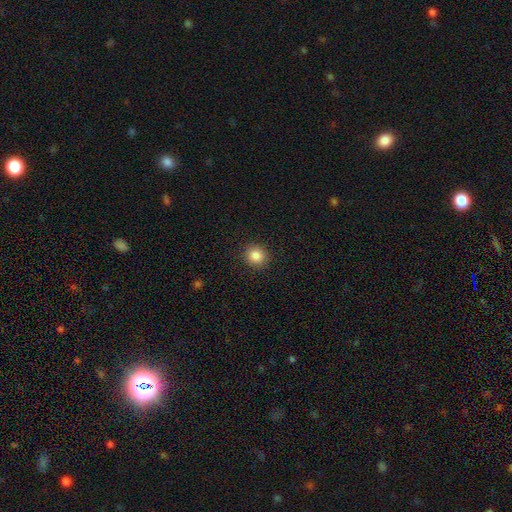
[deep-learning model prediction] smooth_or_featured: smooth (p=0.85) [alt: star or artifact p=0.10]
how_rounded: round (p=0.85) [alt: in between p=0.14]
merging: none (p=0.91) [alt: minor disturbance p=0.06]